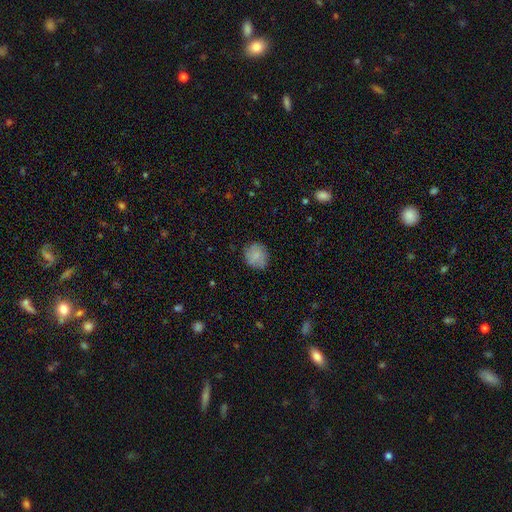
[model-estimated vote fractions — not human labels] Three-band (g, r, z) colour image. It shows a smooth galaxy with no disk features (82%) that is round (85%). Merging: none (81%).